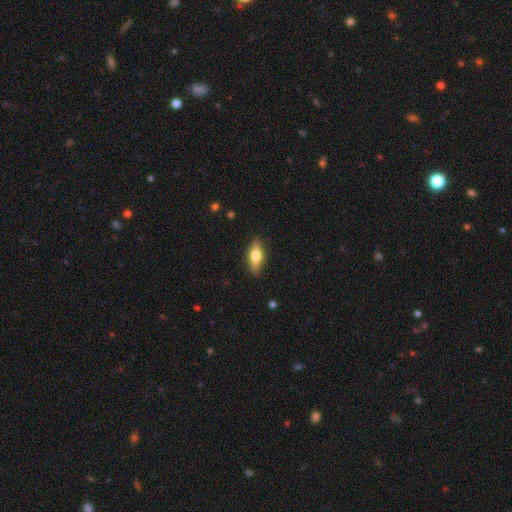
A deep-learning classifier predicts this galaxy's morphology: A smooth galaxy with no disk features (62%) that is in between round and cigar-shaped (71%). Merging: none (86%).